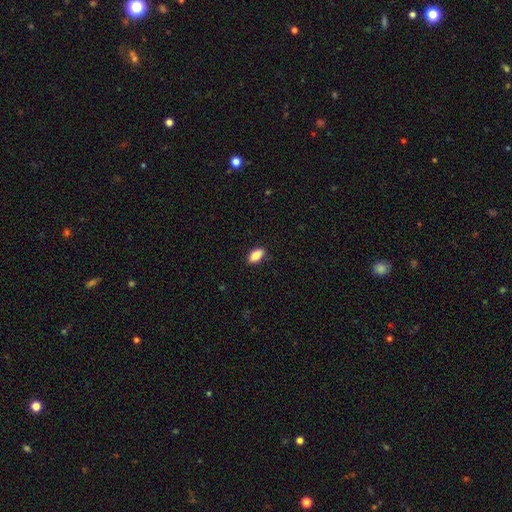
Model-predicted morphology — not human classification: Overall: smooth (86%). How rounded: in between (90%). Merging: none (85%).